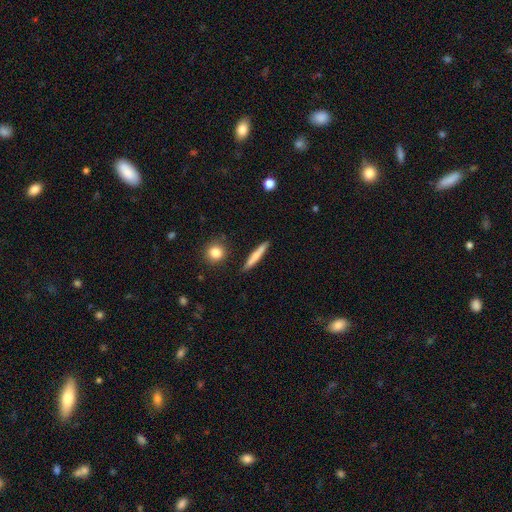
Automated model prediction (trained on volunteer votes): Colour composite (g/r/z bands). It shows a smooth galaxy with no disk features (69%) that is cigar-shaped (93%). Merging: none (88%).